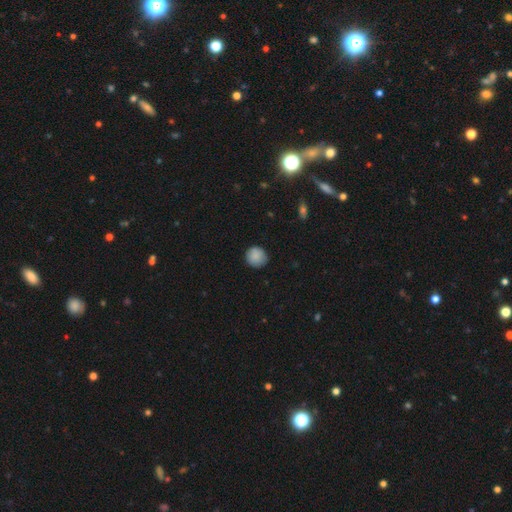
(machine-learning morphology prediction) A smooth galaxy with no disk features (88%) that is round (93%).

Vote fractions:
- Smooth or featured? smooth: 88% / star or artifact: 8% / featured or disk: 5%
- How rounded? round: 93% / in between: 6% / cigar-shaped: 1%
- Merging? none: 86% / minor disturbance: 11% / major disturbance: 2% / merger: 1%